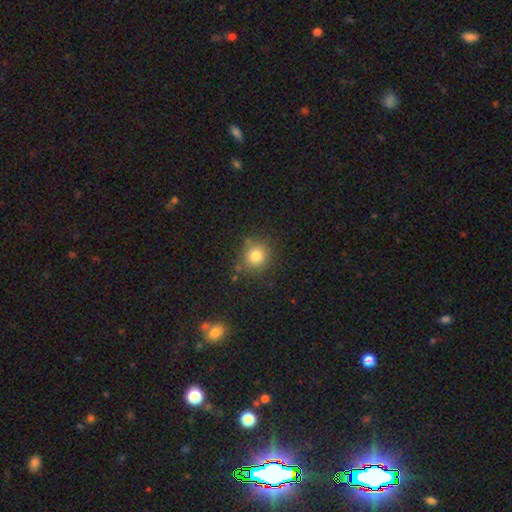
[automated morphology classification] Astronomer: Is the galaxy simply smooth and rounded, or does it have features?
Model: smooth — 80%.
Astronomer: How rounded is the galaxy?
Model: round — 87%.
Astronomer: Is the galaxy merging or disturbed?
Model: none — 81%.